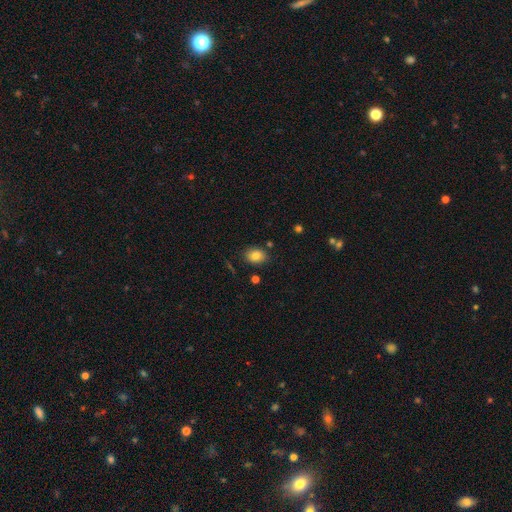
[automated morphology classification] This appears to be a smooth galaxy with no disk features (81%) that is in between round and cigar-shaped (62%). Merging: none (83%).